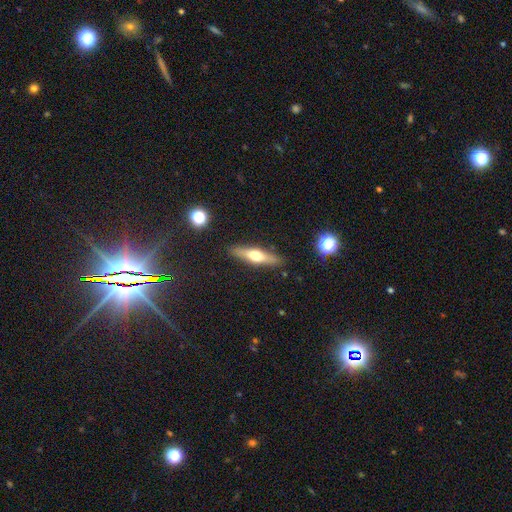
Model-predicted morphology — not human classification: featured or disk 51%, smooth 42%, star or artifact 7%. Down the decision tree: edge-on disk — yes (91%); merging — none (88%).